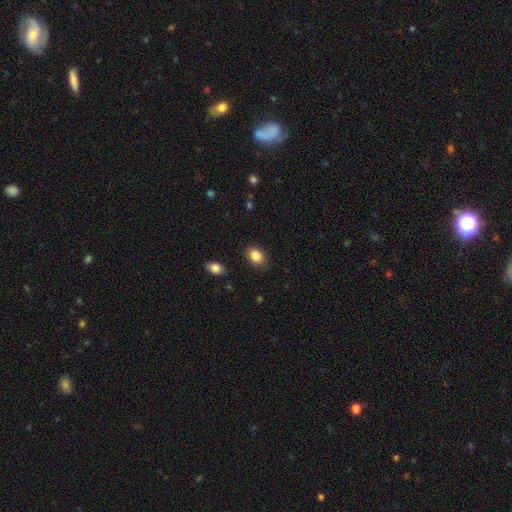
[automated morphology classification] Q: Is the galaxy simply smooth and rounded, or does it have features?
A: smooth — 86%.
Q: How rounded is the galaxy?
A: in between — 65%.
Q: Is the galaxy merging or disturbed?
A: none — 87%.